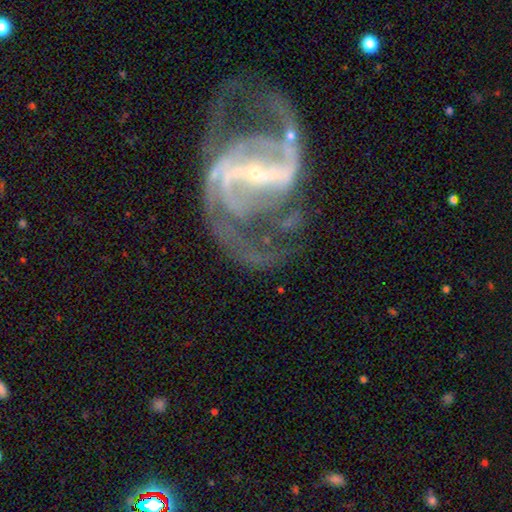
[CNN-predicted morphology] This appears to be a featured or disk galaxy (92%) with a strong bar (76%), 2 (86%) medium (51%) spiral arms (97%) and a small central bulge (85%). Merging: none (58%).